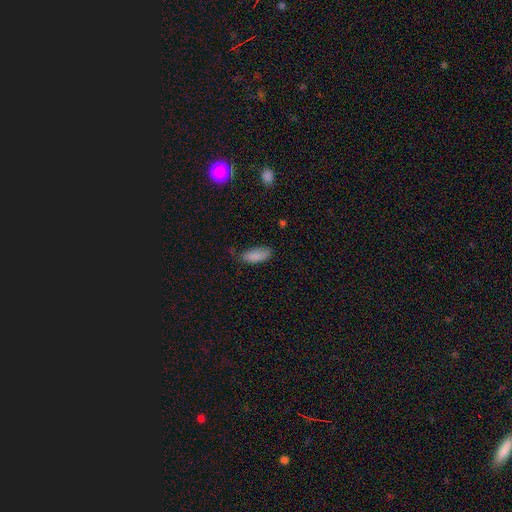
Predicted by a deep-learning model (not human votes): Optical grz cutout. It shows a smooth galaxy with no disk features (87%) that is in between round and cigar-shaped (77%). Merging: none (64%).